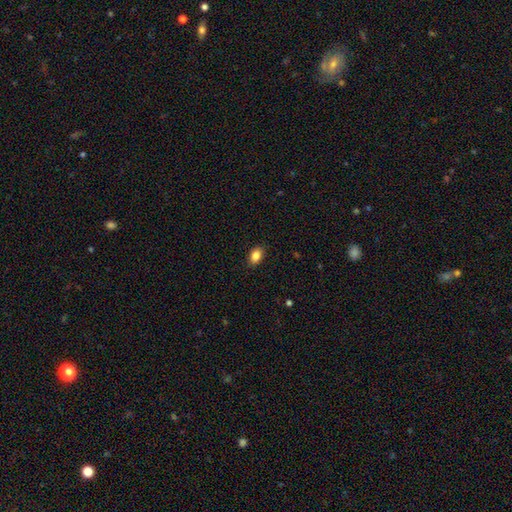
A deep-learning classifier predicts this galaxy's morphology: Smooth or featured? smooth (86%)
How rounded? in between (82%)
Merging? none (89%)